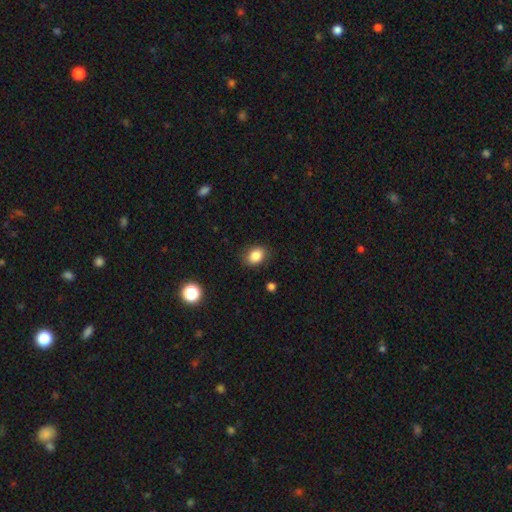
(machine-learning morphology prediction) Smooth or featured: smooth — 86% (star or artifact — 9%)
How rounded: in between — 63% (round — 36%)
Merging: none — 83% (minor disturbance — 12%)